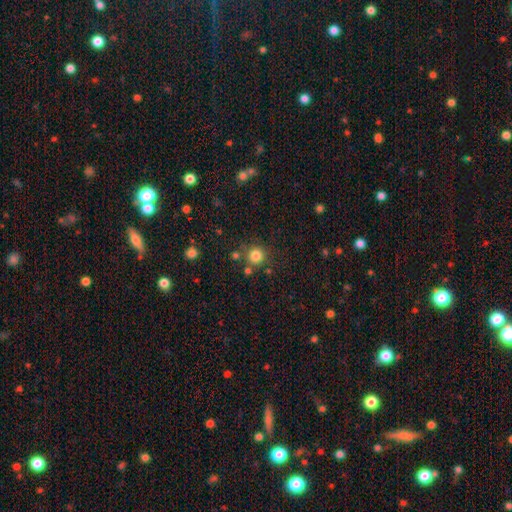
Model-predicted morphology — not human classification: Q: Smooth or featured?
A: smooth (82%); runner-up: star or artifact (13%)
Q: How rounded?
A: round (93%); runner-up: in between (6%)
Q: Merging?
A: none (79%); runner-up: minor disturbance (9%)